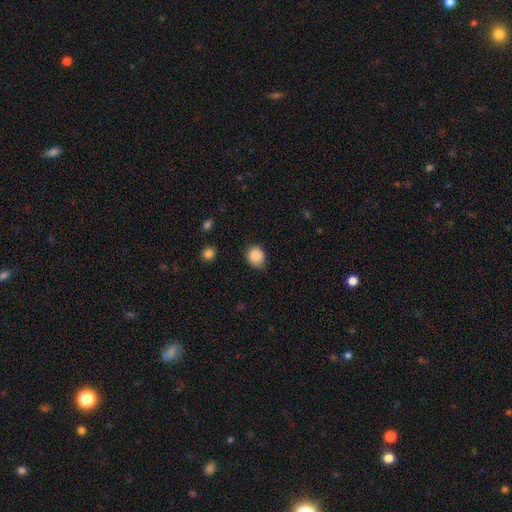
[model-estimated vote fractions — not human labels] smooth 88%, star or artifact 9%, featured or disk 3%. Down the decision tree: how rounded — round (75%); merging — none (75%).